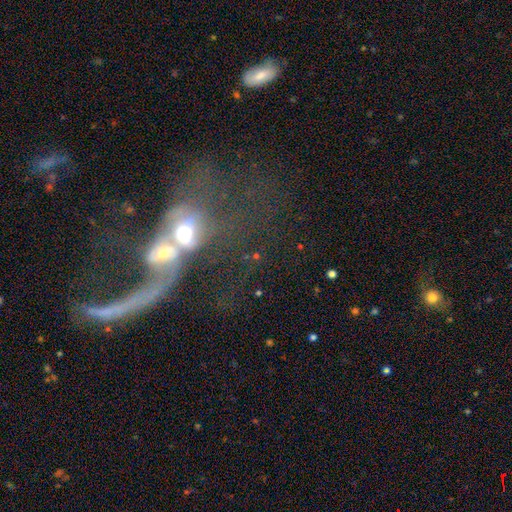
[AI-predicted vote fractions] featured or disk 59%, smooth 24%, star or artifact 16%. Down the decision tree: edge-on disk — no (89%); bar — no (72%); spiral arms — no (54%); bulge size — moderate (48%); merging — merger (63%).